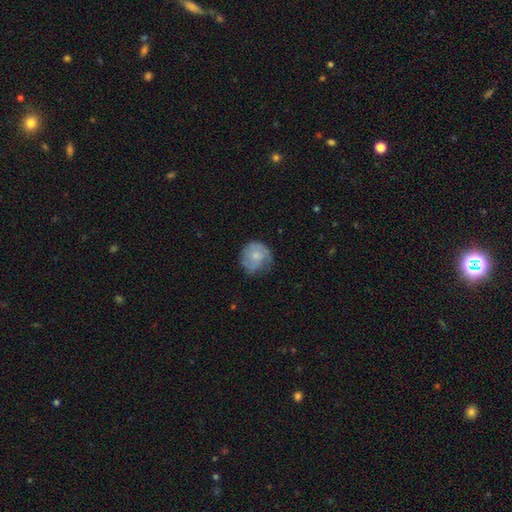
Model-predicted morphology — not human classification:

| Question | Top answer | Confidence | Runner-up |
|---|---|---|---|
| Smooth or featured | smooth | 51% | featured or disk (41%) |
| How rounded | round | 85% | in between (14%) |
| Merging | none | 62% | minor disturbance (27%) |